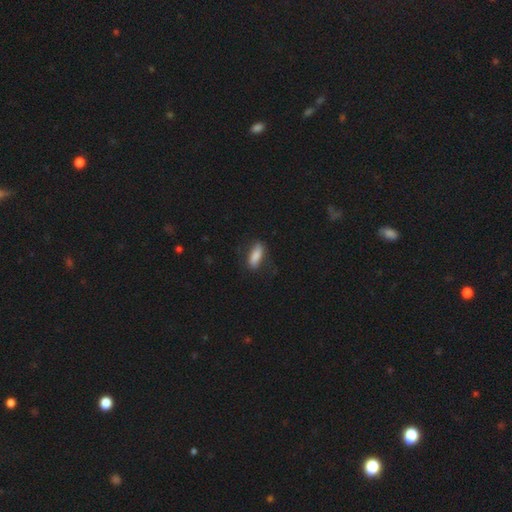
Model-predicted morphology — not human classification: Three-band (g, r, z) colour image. It shows a smooth galaxy with no disk features (79%) that is in between round and cigar-shaped (61%). Merging: none (72%).